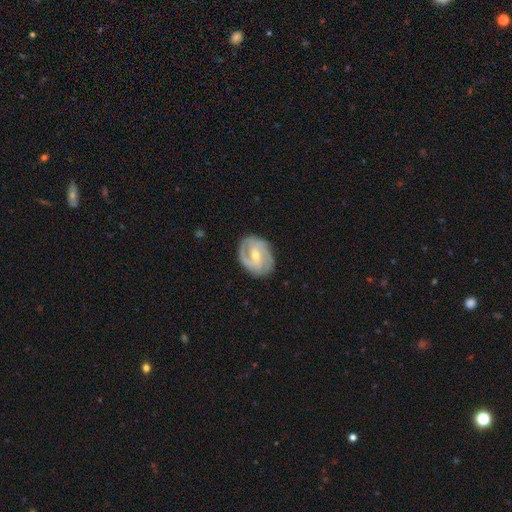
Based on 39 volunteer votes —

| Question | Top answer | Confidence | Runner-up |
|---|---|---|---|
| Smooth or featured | featured or disk | 95% | smooth (5%) |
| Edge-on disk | no | 97% | yes (3%) |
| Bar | weak | 47% | no (28%) |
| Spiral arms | yes | 92% | no (8%) |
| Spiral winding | tight | 67% | medium (24%) |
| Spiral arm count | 2 | 52% | can't tell (33%) |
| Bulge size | moderate | 53% | small (36%) |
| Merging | none | 79% | minor disturbance (10%) |